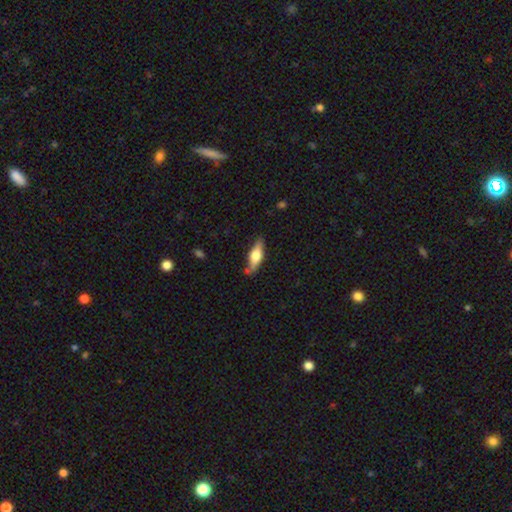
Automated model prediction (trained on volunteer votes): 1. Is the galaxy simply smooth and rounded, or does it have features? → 48% smooth, 46% featured or disk, 6% star or artifact.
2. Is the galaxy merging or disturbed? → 78% none, 16% minor disturbance, 3% major disturbance, 3% merger.